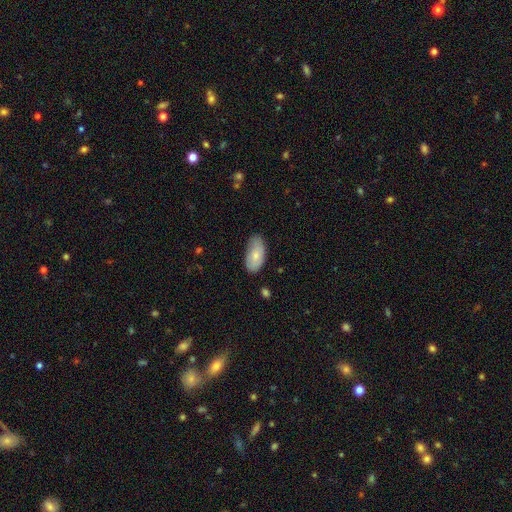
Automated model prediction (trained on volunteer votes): smooth 76%, featured or disk 18%, star or artifact 6%. Down the decision tree: how rounded — in between (94%); merging — none (71%).